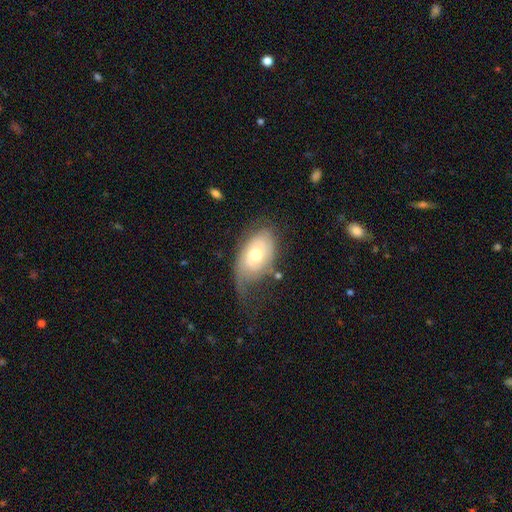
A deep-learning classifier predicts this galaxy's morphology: Smooth or featured? featured or disk (58%)
Edge-on disk? no (93%)
Bar? no (77%)
Spiral arms? yes (72%)
Bulge size? moderate (71%)
Merging? none (39%)